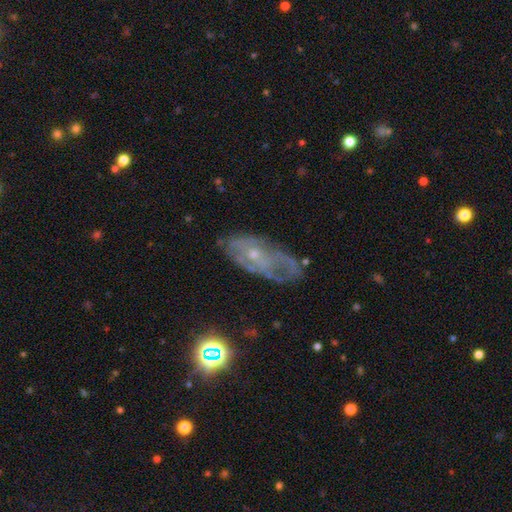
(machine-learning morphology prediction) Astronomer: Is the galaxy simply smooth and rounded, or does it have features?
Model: featured or disk — 66%.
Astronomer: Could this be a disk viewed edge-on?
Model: no — 90%.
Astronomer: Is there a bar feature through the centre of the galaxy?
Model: no — 79%.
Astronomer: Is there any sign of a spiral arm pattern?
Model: yes — 59% (runner-up: no, 41%).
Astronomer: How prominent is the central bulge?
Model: small — 69%.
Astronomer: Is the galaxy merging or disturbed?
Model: none — 53%.